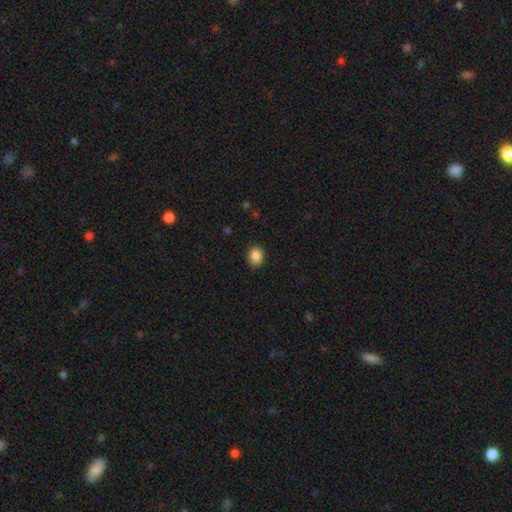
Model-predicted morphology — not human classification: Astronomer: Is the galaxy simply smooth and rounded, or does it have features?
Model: smooth — 88%.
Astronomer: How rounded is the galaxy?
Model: in between — 56% (runner-up: round, 43%).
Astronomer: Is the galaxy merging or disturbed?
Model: none — 88%.